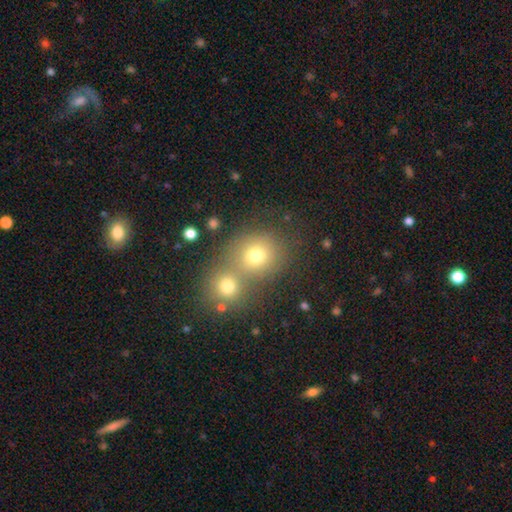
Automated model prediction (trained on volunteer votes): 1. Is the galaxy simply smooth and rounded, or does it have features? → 73% smooth, 16% star or artifact, 12% featured or disk.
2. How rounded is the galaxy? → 78% round, 21% in between, 1% cigar-shaped.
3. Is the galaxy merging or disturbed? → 50% merger, 39% none, 7% minor disturbance, 3% major disturbance.